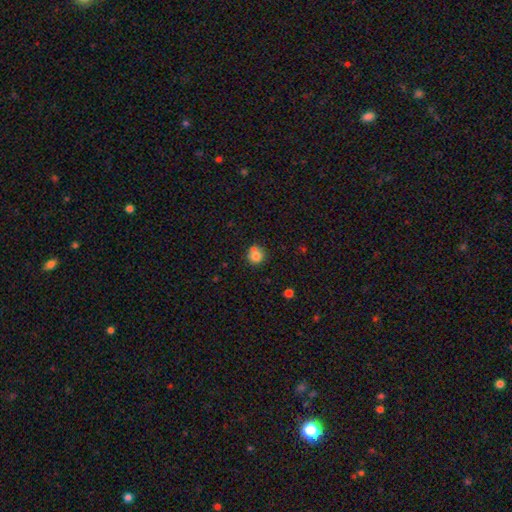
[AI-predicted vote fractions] Overall: smooth (76%). How rounded: round (90%). Merging: none (55%; merger 32%).